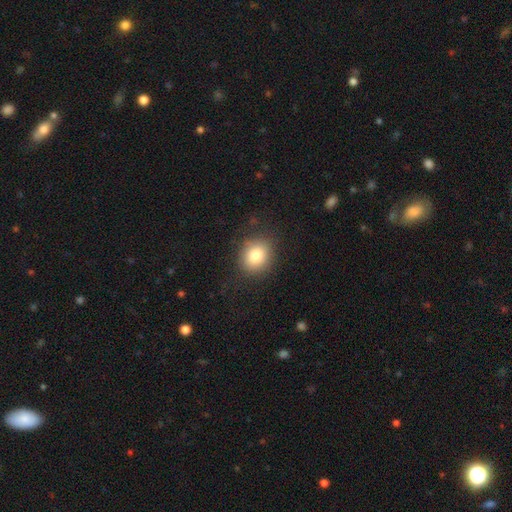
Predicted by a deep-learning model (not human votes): smooth 82%, star or artifact 10%, featured or disk 8%. Down the decision tree: how rounded — round (69%); merging — none (85%).